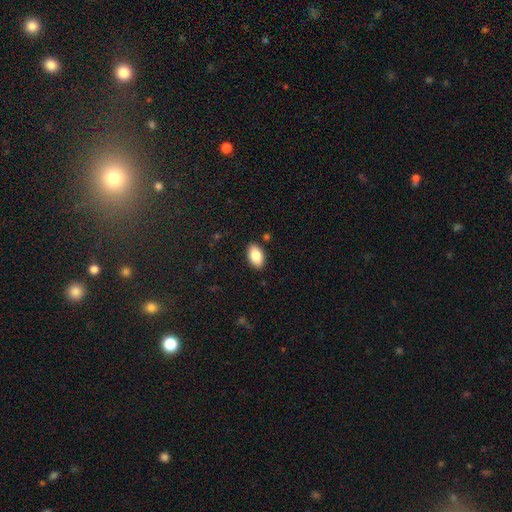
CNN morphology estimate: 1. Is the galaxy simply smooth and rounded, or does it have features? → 84% smooth, 9% featured or disk, 7% star or artifact.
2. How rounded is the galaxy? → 93% in between, 5% round, 2% cigar-shaped.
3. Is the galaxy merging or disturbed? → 88% none, 8% minor disturbance, 2% major disturbance, 1% merger.